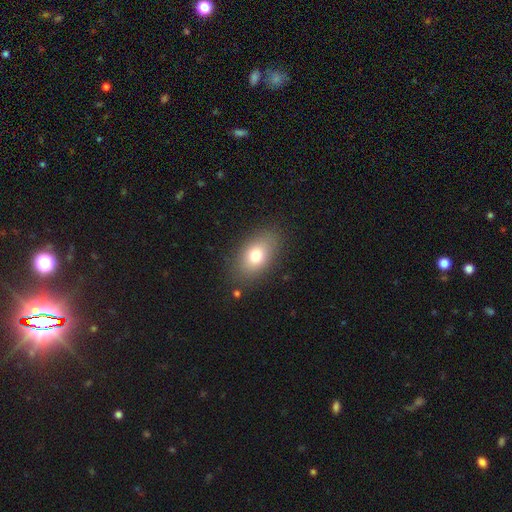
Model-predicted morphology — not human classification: The model was most divided on "smooth or featured": smooth: 76%, featured or disk: 14%, star or artifact: 10%. More confident: how rounded — in between (87%); merging — none (83%).